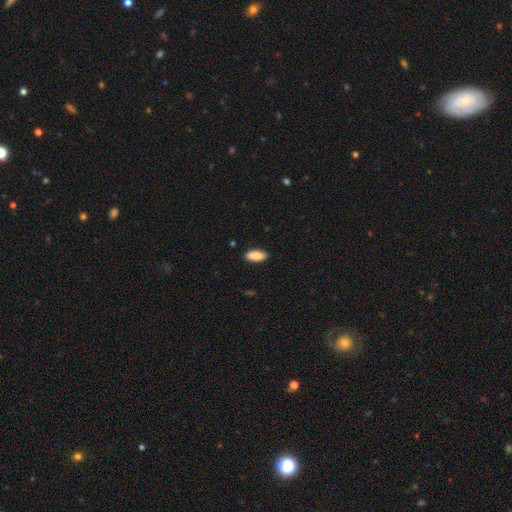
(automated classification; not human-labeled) A smooth galaxy with no disk features (88%) that is in between round and cigar-shaped (84%).

Vote fractions:
- Smooth or featured? smooth: 88% / featured or disk: 6% / star or artifact: 6%
- How rounded? in between: 84% / cigar-shaped: 14% / round: 2%
- Merging? none: 89% / minor disturbance: 8% / major disturbance: 2% / merger: 1%